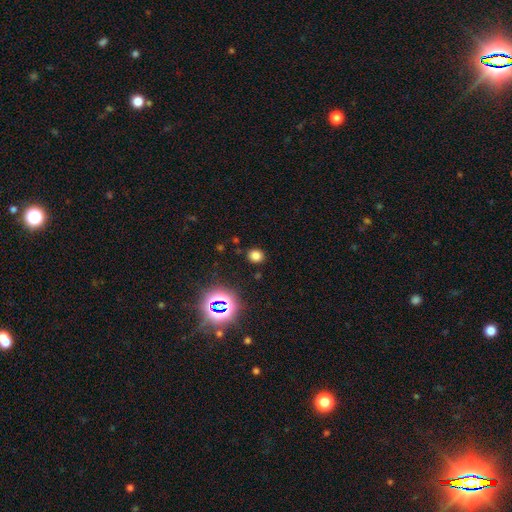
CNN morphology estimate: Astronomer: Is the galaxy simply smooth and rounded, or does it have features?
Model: smooth — 73%.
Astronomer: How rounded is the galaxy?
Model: round — 73%.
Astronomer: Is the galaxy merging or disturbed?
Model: none — 87%.